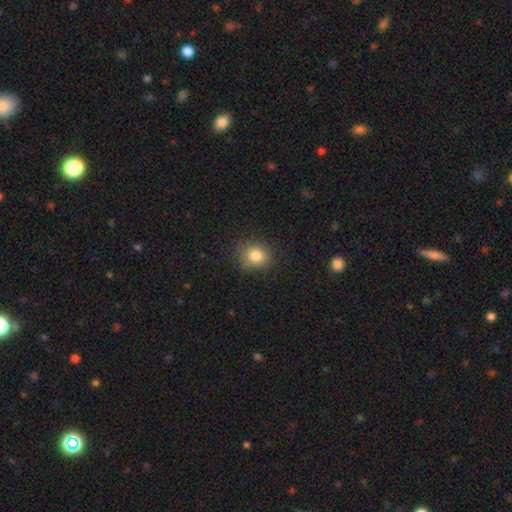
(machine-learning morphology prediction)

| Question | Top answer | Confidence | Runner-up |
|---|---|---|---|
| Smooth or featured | smooth | 83% | star or artifact (12%) |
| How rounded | round | 79% | in between (20%) |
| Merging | none | 84% | minor disturbance (11%) |